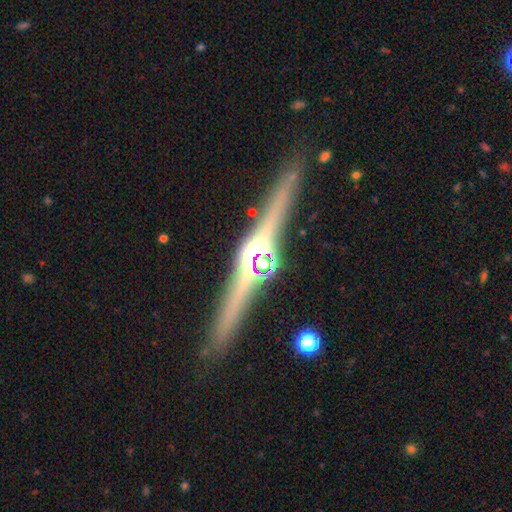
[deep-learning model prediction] This is likely a featured or disk galaxy (69%). It is clearly viewed edge-on (95%). Edge-on bulge: clearly rounded (82%). Merging: clearly none (88%).